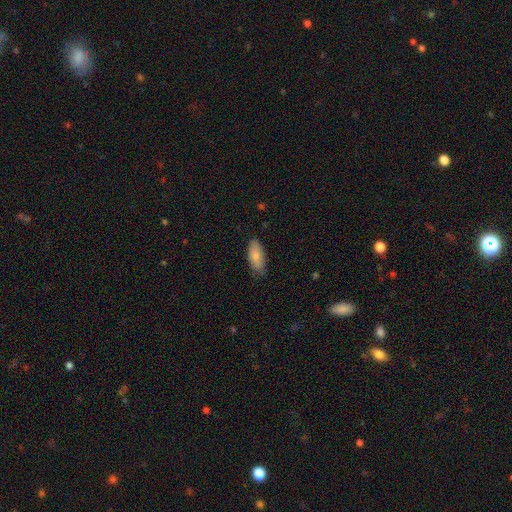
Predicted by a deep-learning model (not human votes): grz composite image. It shows a smooth galaxy with no disk features (82%) that is in between round and cigar-shaped (85%). Merging: none (81%).